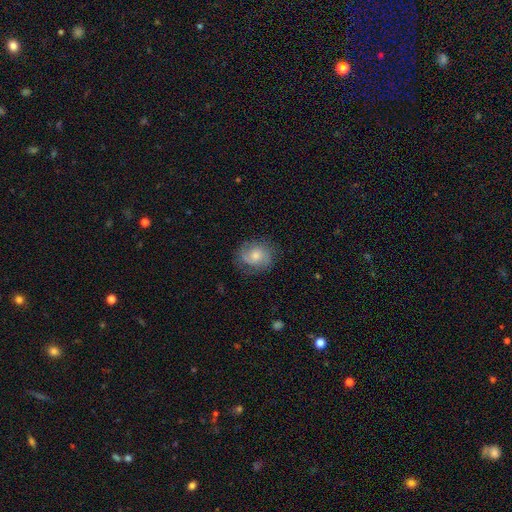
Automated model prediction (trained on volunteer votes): Overall: featured or disk (49%; smooth 42%). Merging: none (74%).